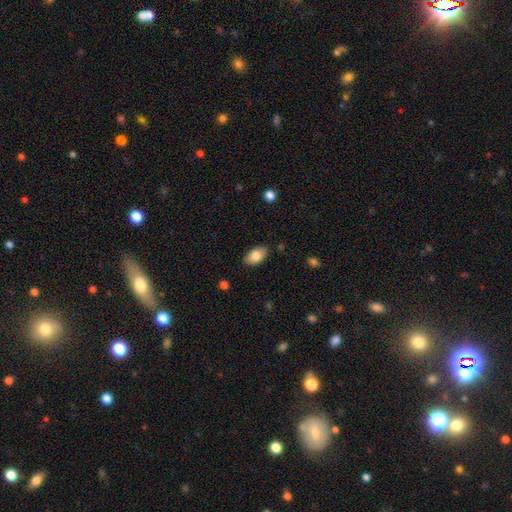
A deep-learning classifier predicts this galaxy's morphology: smooth 83%, featured or disk 10%, star or artifact 7%. Down the decision tree: how rounded — in between (93%); merging — none (85%).